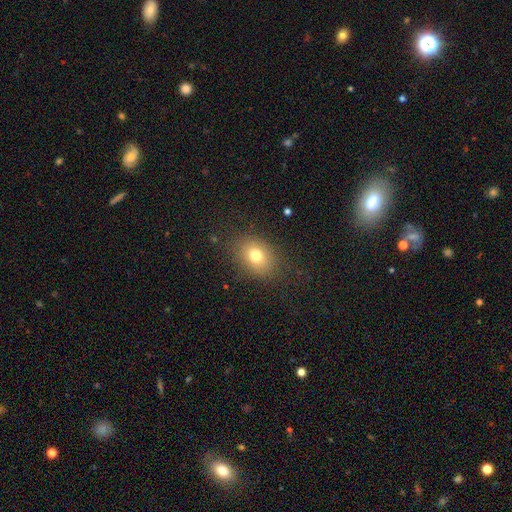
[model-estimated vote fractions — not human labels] Overall: smooth (75%). How rounded: in between (63%; round 36%). Merging: none (82%).